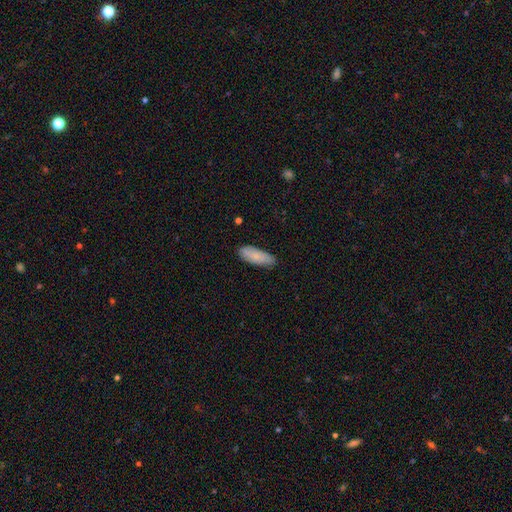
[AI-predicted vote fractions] This is clearly a smooth galaxy (81%). How rounded: likely in between (69%). Merging: clearly none (82%).